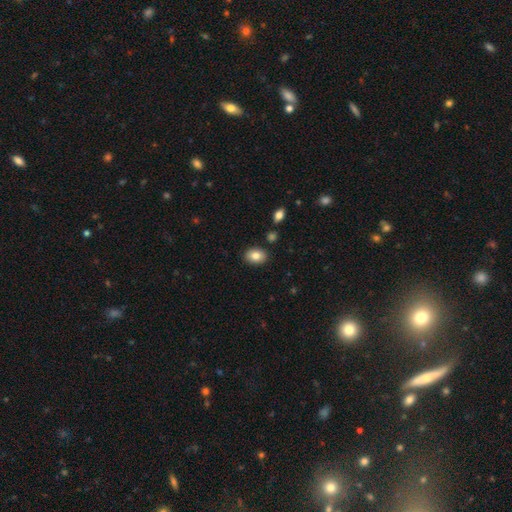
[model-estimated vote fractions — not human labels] This is clearly a smooth galaxy (83%). How rounded: likely in between (76%). Merging: clearly none (88%).